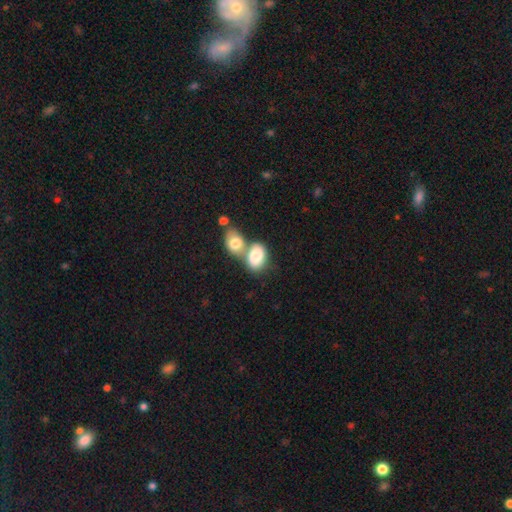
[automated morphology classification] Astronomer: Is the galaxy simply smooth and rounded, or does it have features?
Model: smooth — 81%.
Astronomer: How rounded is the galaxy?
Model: in between — 83%.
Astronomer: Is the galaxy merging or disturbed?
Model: merger — 63%.